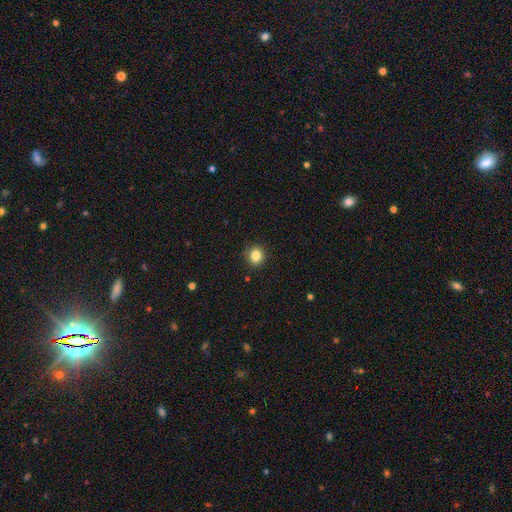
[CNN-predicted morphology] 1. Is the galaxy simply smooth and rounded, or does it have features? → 84% smooth, 11% star or artifact, 5% featured or disk.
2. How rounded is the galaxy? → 80% round, 19% in between, 1% cigar-shaped.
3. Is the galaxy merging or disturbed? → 89% none, 8% minor disturbance, 2% major disturbance, 1% merger.